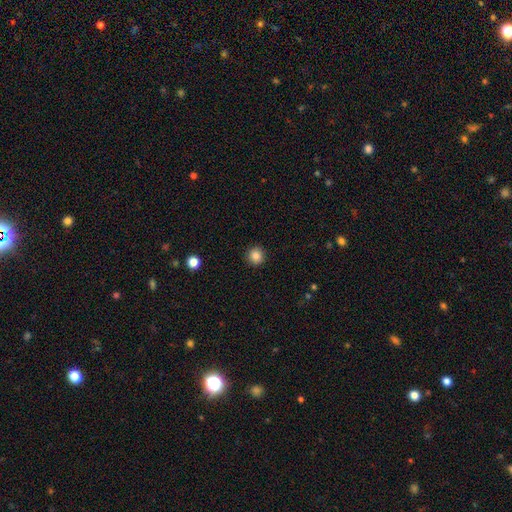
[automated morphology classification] Smooth or featured: smooth — 86% (star or artifact — 10%)
How rounded: round — 94% (in between — 5%)
Merging: none — 92% (minor disturbance — 5%)